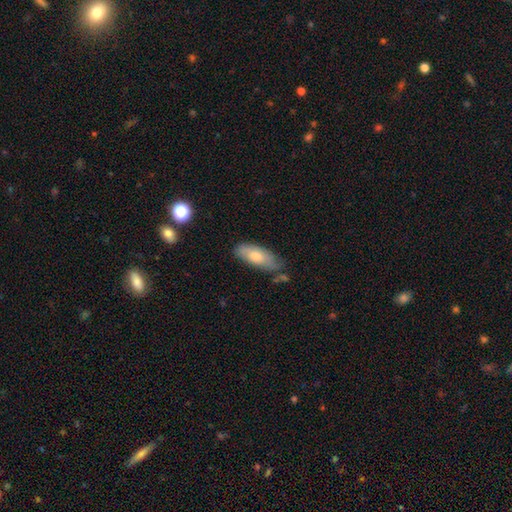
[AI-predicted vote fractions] Smooth or featured? smooth (68%)
How rounded? in between (75%)
Merging? none (66%)